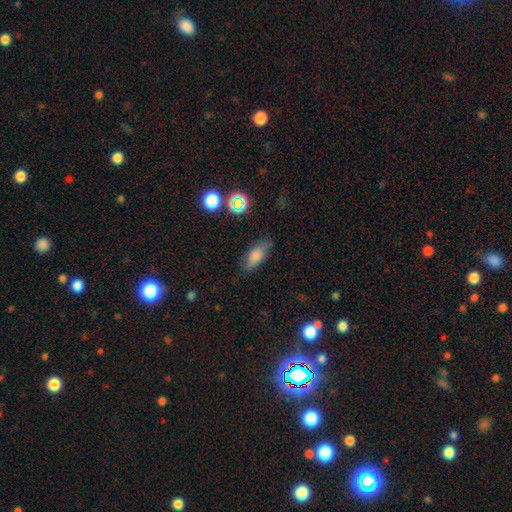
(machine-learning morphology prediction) This appears to be a smooth galaxy with no disk features (76%) that is in between round and cigar-shaped (81%). Merging: none (75%).